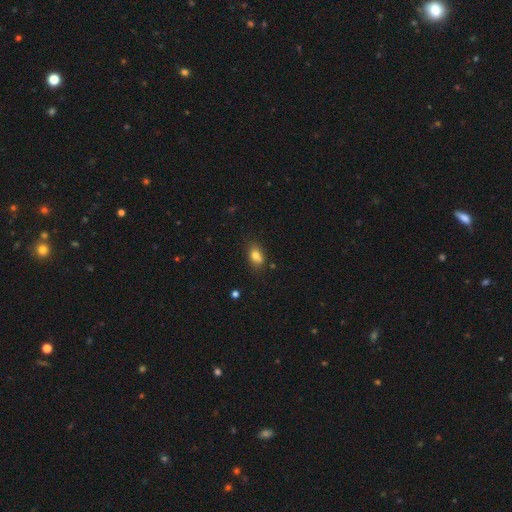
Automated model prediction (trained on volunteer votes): This is likely a smooth galaxy (79%). How rounded: likely in between (79%). Merging: likely none (68%).